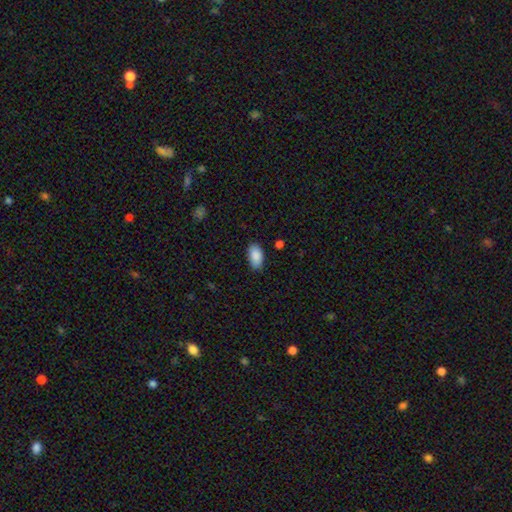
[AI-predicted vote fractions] Smooth or featured? smooth (90%)
How rounded? in between (94%)
Merging? none (83%)